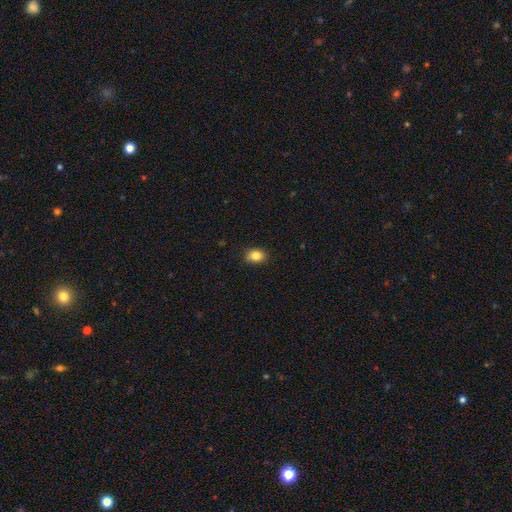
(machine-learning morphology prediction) This appears to be a smooth galaxy with no disk features (84%) that is in between round and cigar-shaped (56%). Merging: none (87%).